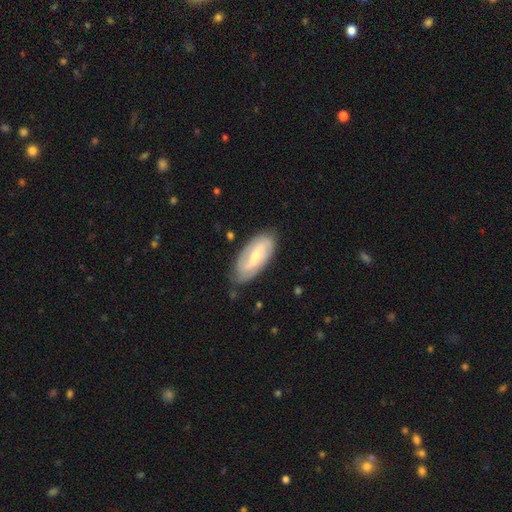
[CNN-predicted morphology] Smooth or featured? Predicted: featured or disk (p=0.68). Edge-on disk? Predicted: no (p=0.92). Bar? Predicted: weak (p=0.48). Spiral arms? Predicted: yes (p=0.88). Spiral winding? Predicted: medium (p=0.36, tied with tight). Spiral arm count? Predicted: 2 (p=0.74). Bulge size? Predicted: small (p=0.57). Merging? Predicted: none (p=0.81).